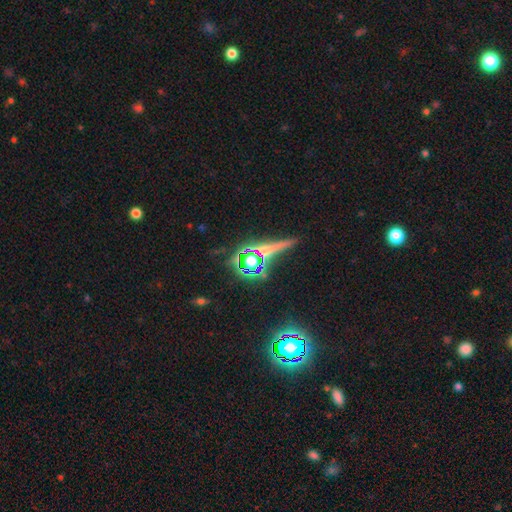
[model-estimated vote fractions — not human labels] A star or artifact, not a galaxy (57%).